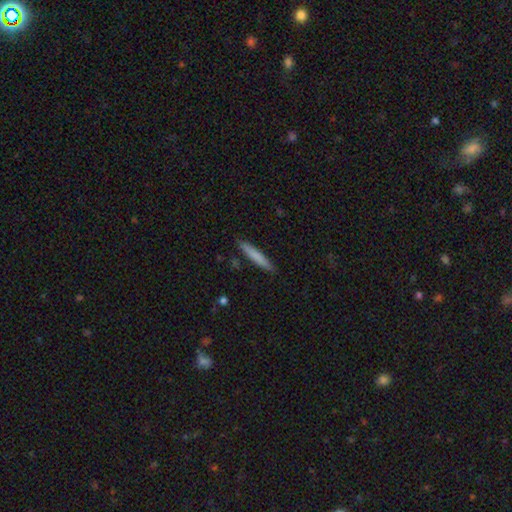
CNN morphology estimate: A smooth galaxy with no disk features (77%) that is cigar-shaped (94%). Merging: none (89%).